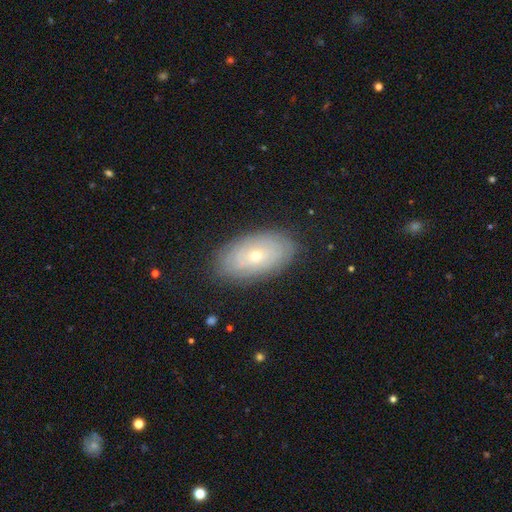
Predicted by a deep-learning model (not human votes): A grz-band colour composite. It shows a featured or disk galaxy (63%) with no bar (86%), spiral arms (70%) and a small central bulge (64%). Merging: none (84%).